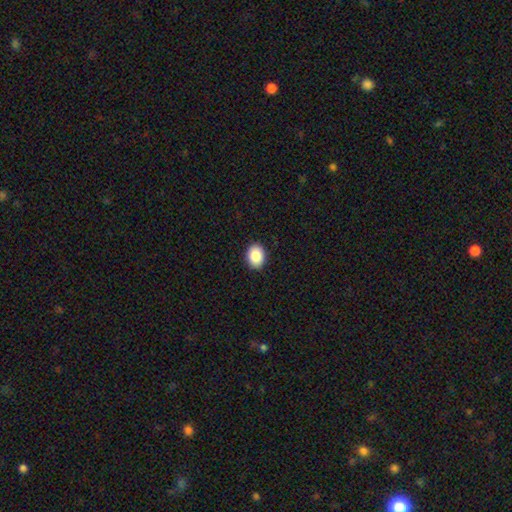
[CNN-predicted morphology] Overall: smooth (87%). How rounded: in between (64%; round 35%). Merging: none (91%).